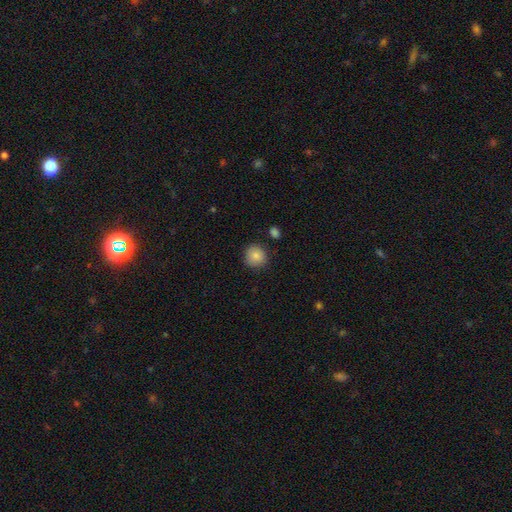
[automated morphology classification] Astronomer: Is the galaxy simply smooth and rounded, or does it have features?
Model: smooth — 86%.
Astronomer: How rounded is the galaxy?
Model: round — 90%.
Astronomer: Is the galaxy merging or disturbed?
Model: none — 85%.